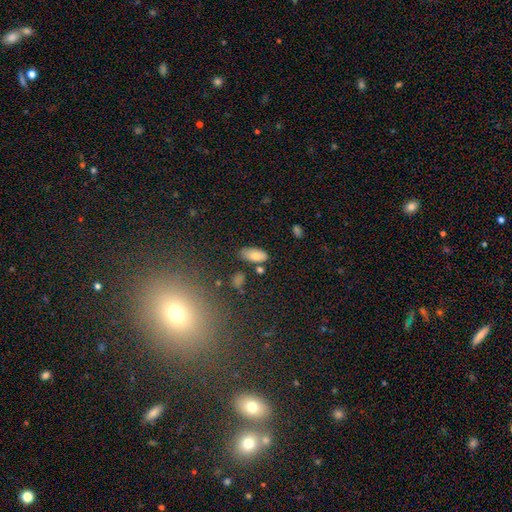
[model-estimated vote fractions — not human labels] The model was most divided on "merging": none: 75%, minor disturbance: 15%, merger: 7%, major disturbance: 4%. More confident: how rounded — in between (92%); smooth or featured — smooth (79%).